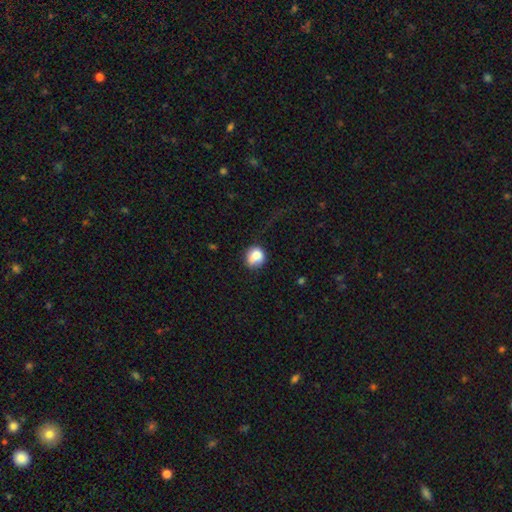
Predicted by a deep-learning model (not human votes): Overall: smooth (80%). How rounded: round (71%). Merging: none (55%; minor disturbance 25%).